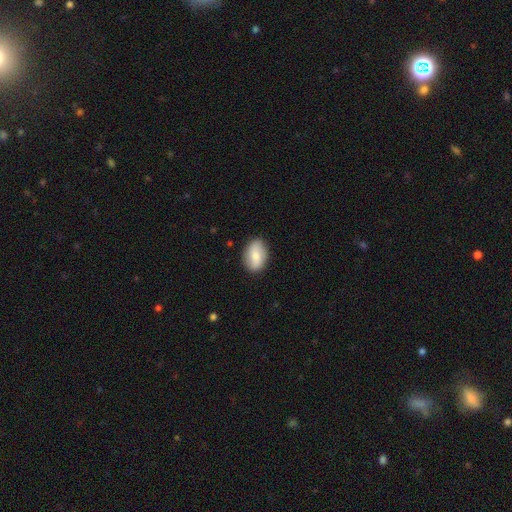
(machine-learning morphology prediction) The model was most divided on "smooth or featured": smooth: 70%, featured or disk: 24%, star or artifact: 6%. More confident: merging — none (87%); how rounded — in between (86%).